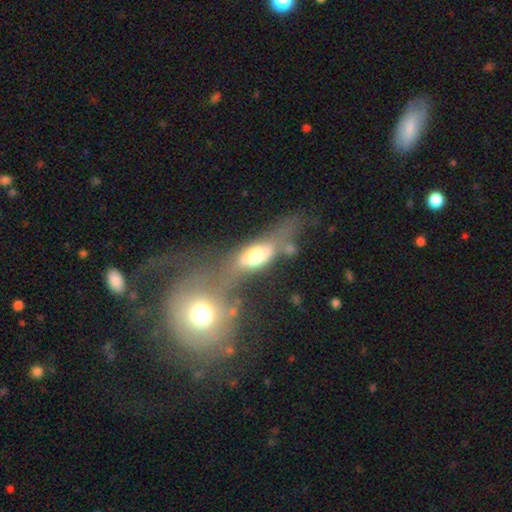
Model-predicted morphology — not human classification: A smooth galaxy with no disk features (51%) that is in between round and cigar-shaped (74%).

Vote fractions:
- Smooth or featured? smooth: 51% / featured or disk: 40% / star or artifact: 9%
- How rounded? in between: 74% / cigar-shaped: 18% / round: 8%
- Merging? none: 36% / merger: 32% / major disturbance: 17% / minor disturbance: 15%